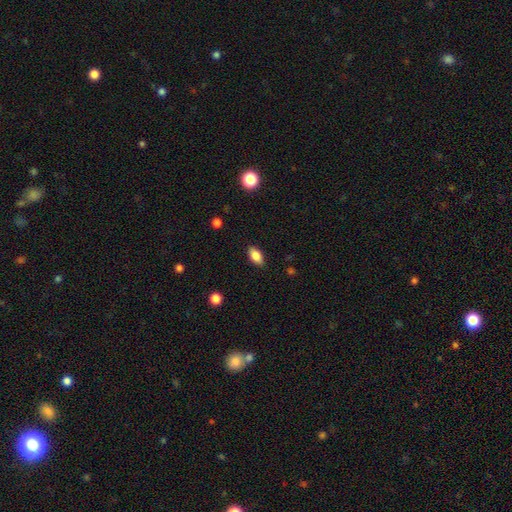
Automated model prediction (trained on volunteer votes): Smooth or featured: smooth — 83% (featured or disk — 9%)
How rounded: in between — 89% (cigar-shaped — 7%)
Merging: none — 87% (minor disturbance — 10%)